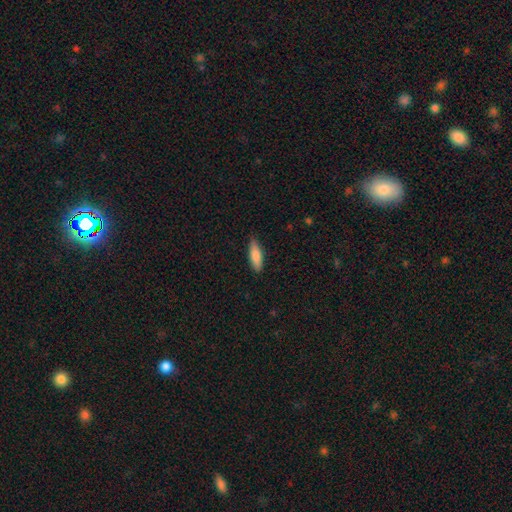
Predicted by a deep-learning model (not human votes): Smooth or featured?
  - smooth: 82% *
  - featured or disk: 12%
  - star or artifact: 6%
How rounded?
  - cigar-shaped: 49% * (tied)
  - in between: 49% * (tied)
  - round: 2%
Merging?
  - none: 85% *
  - minor disturbance: 12%
  - major disturbance: 2%
  - merger: 1%